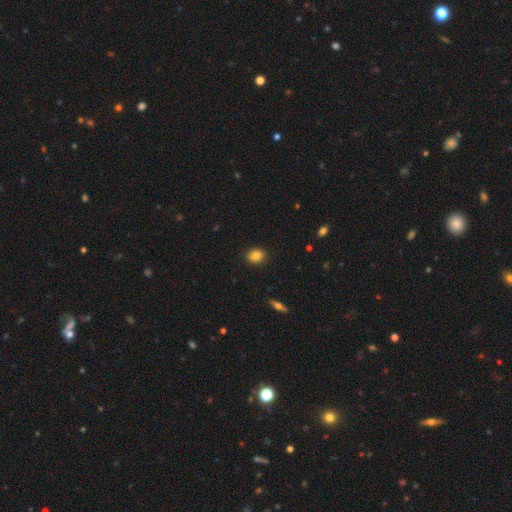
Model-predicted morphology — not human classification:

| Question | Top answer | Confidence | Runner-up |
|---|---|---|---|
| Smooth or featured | smooth | 86% | star or artifact (9%) |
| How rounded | in between | 50% | round (49%) |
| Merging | none | 89% | minor disturbance (8%) |